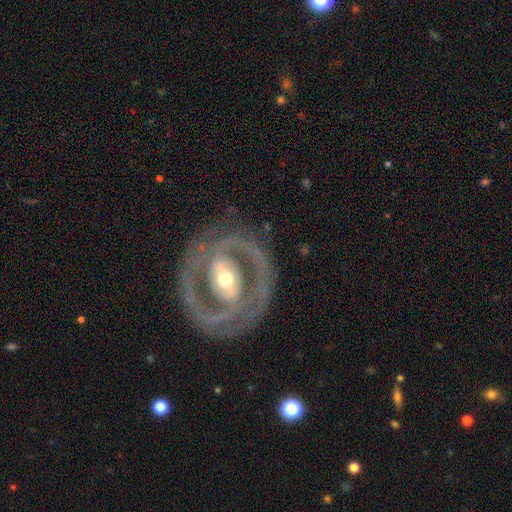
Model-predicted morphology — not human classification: Q: Smooth or featured?
A: featured or disk (89%); runner-up: smooth (6%)
Q: Edge-on disk?
A: no (95%); runner-up: yes (5%)
Q: Bar?
A: strong (48%); runner-up: weak (27%)
Q: Spiral arms?
A: yes (86%); runner-up: no (14%)
Q: Spiral winding?
A: tight (56%); runner-up: medium (36%)
Q: Spiral arm count?
A: 2 (84%); runner-up: can't tell (6%)
Q: Bulge size?
A: moderate (51%); runner-up: small (43%)
Q: Merging?
A: none (80%); runner-up: minor disturbance (12%)